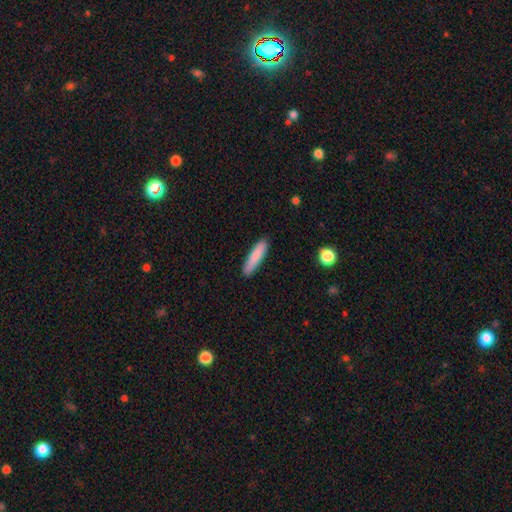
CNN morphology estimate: Smooth or featured: smooth — 83% (featured or disk — 11%)
How rounded: cigar-shaped — 82% (in between — 16%)
Merging: none — 89% (minor disturbance — 9%)